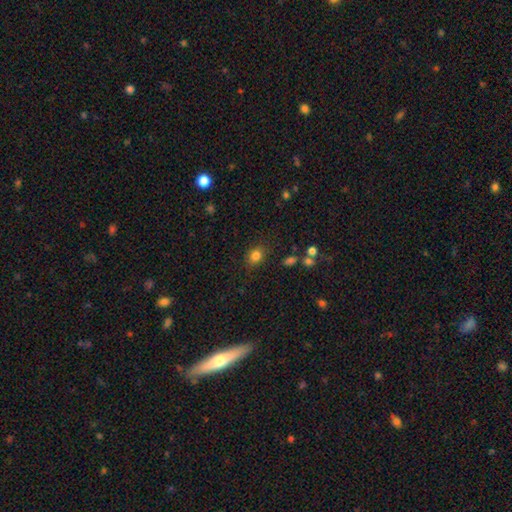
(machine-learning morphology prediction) Overall: smooth (82%). How rounded: round (55%; in between 44%). Merging: none (81%).